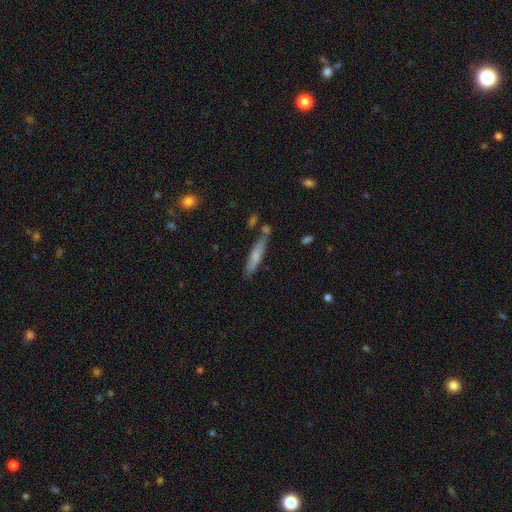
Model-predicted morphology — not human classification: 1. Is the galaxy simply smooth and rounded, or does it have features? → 65% smooth, 28% featured or disk, 6% star or artifact.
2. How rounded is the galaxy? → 89% cigar-shaped, 9% in between, 2% round.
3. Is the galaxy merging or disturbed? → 73% none, 15% minor disturbance, 8% merger, 4% major disturbance.